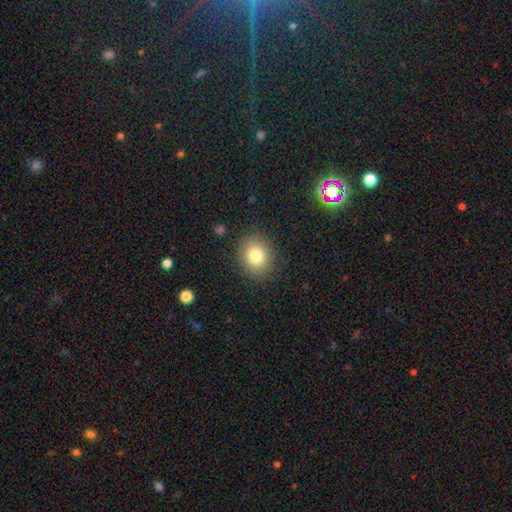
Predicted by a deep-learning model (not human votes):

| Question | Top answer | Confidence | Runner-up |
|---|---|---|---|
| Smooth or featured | smooth | 80% | star or artifact (10%) |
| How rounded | round | 66% | in between (33%) |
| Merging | none | 86% | minor disturbance (9%) |